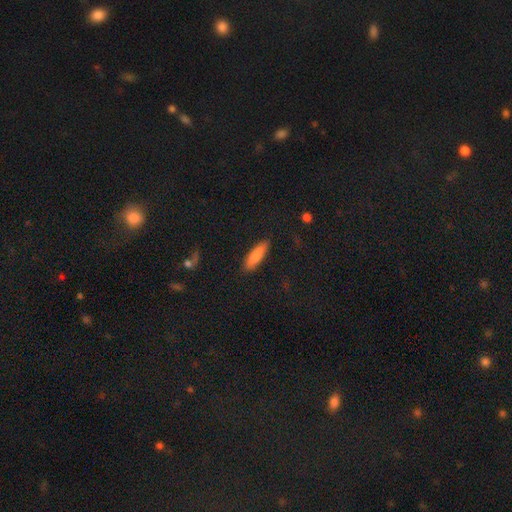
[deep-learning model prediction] Morphology: type=smooth (81%); roundness=cigar-shaped (60%); merging=none (88%).